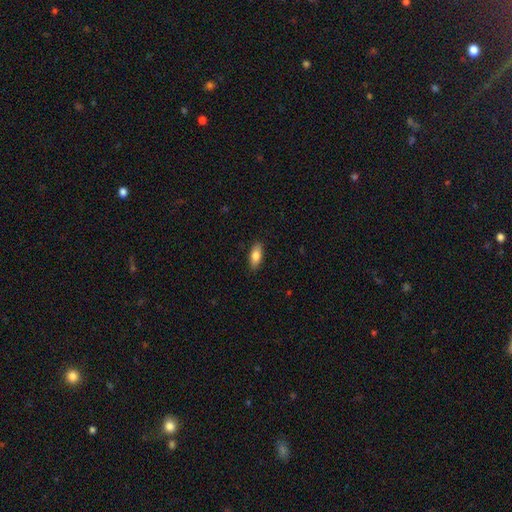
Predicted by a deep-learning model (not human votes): A smooth galaxy with no disk features (81%) that is in between round and cigar-shaped (84%). Merging: none (89%).